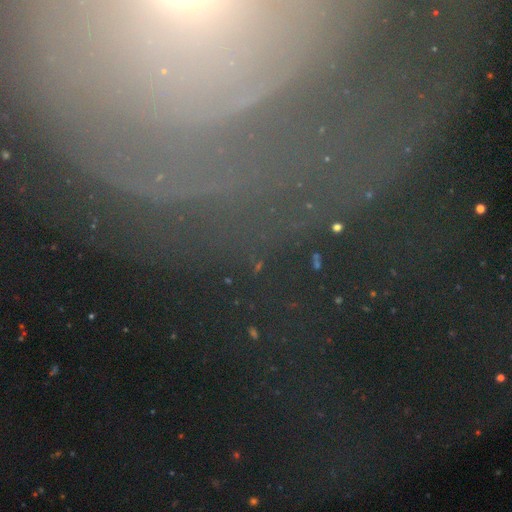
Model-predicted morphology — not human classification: Smooth or featured?
  - star or artifact: 56% *
  - featured or disk: 26%
  - smooth: 18%